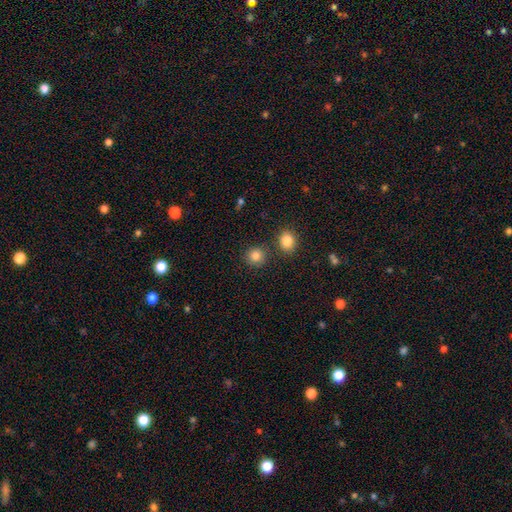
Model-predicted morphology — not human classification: Q: Smooth or featured?
A: smooth (84%); runner-up: star or artifact (11%)
Q: How rounded?
A: round (89%); runner-up: in between (10%)
Q: Merging?
A: none (82%); runner-up: merger (8%)